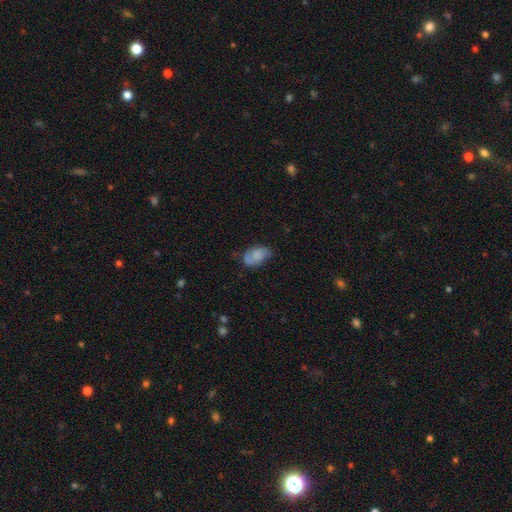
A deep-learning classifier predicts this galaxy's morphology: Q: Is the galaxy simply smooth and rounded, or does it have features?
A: smooth — 66%.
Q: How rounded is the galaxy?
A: in between — 89%.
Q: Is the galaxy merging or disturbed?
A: none — 48%.